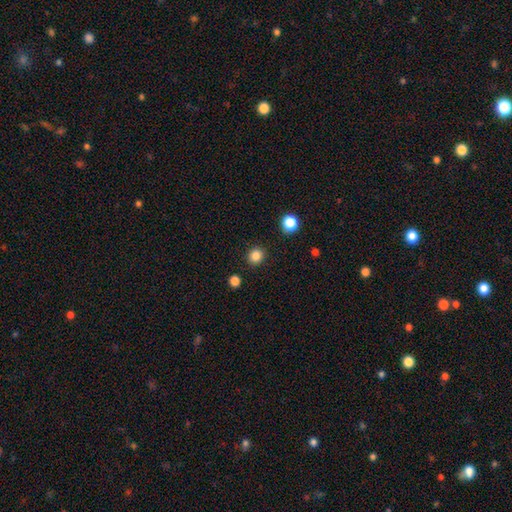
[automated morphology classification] Smooth or featured: smooth — 85% (star or artifact — 12%)
How rounded: round — 90% (in between — 9%)
Merging: none — 91% (minor disturbance — 6%)